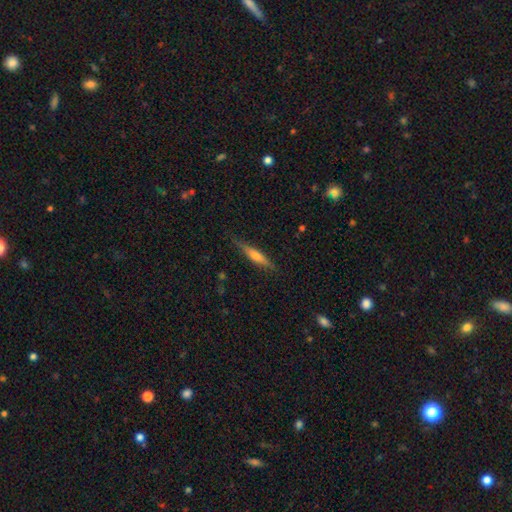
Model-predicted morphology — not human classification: This is likely a featured or disk galaxy (60%). It is clearly viewed edge-on (96%). Edge-on bulge: likely rounded (80%). Merging: clearly none (85%).